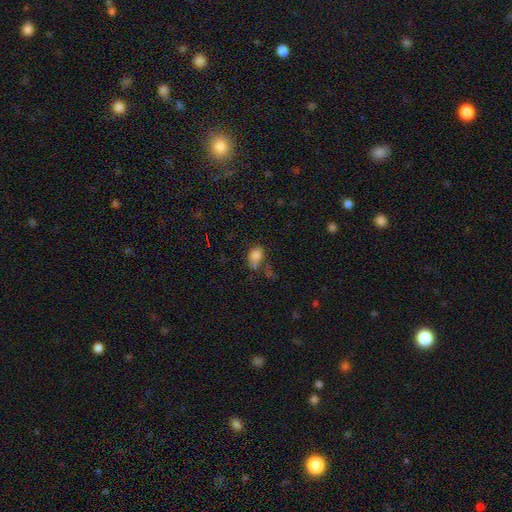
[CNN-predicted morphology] smooth 79%, star or artifact 13%, featured or disk 9%. Down the decision tree: how rounded — in between (73%); merging — none (42%).